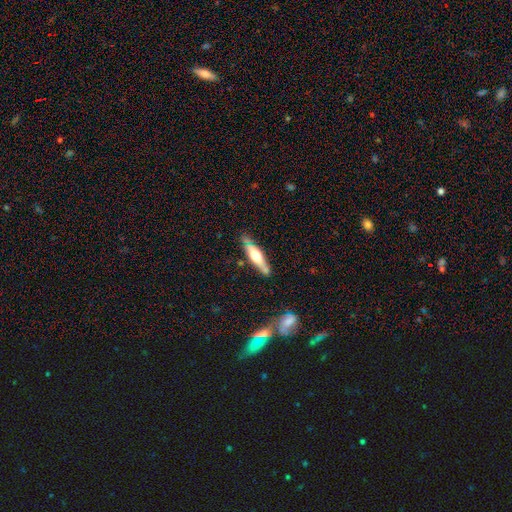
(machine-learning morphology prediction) smooth-or-featured: featured or disk: 52% | smooth: 42% | star or artifact: 6%
  disk-edge-on: yes: 86% | no: 14%
  merging: none: 75% | minor disturbance: 16% | merger: 5% | major disturbance: 3%